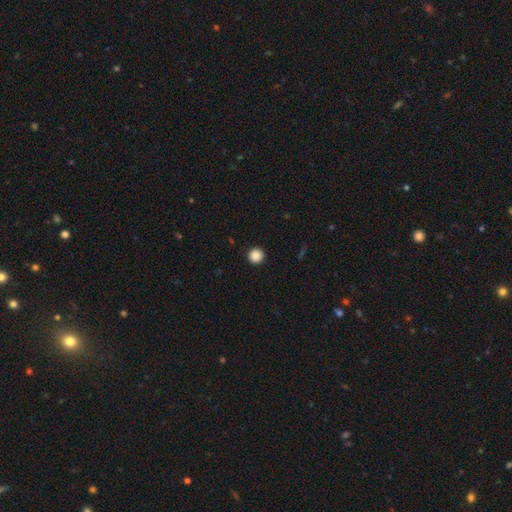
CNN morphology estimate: Smooth or featured? Predicted: smooth (p=0.88). How rounded? Predicted: round (p=0.97). Merging? Predicted: none (p=0.94).